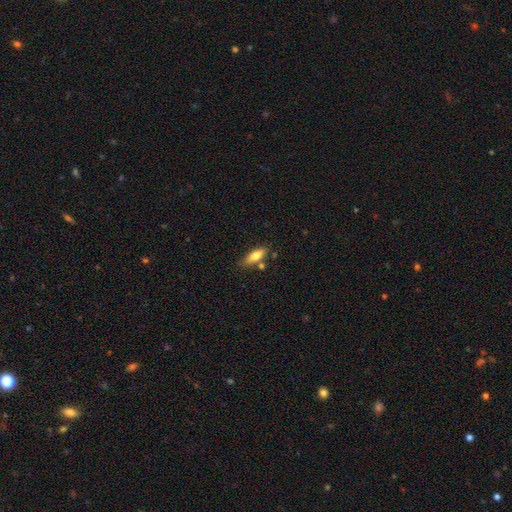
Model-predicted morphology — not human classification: Q: Smooth or featured?
A: smooth (73%); runner-up: featured or disk (21%)
Q: How rounded?
A: in between (58%); runner-up: cigar-shaped (40%)
Q: Merging?
A: none (71%); runner-up: minor disturbance (16%)